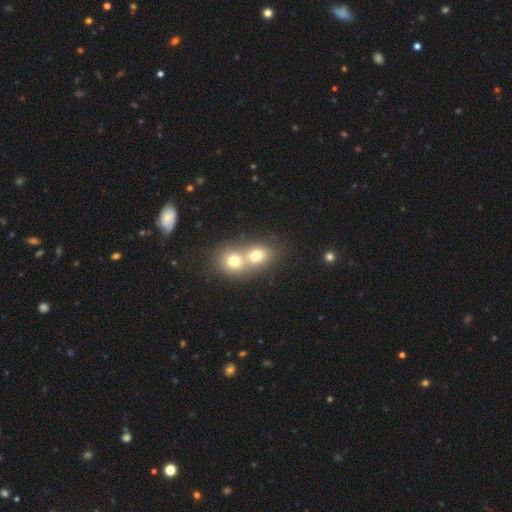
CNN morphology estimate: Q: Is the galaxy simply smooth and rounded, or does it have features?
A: smooth — 70%.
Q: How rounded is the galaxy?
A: round — 67%.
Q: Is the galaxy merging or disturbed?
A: merger — 68%.